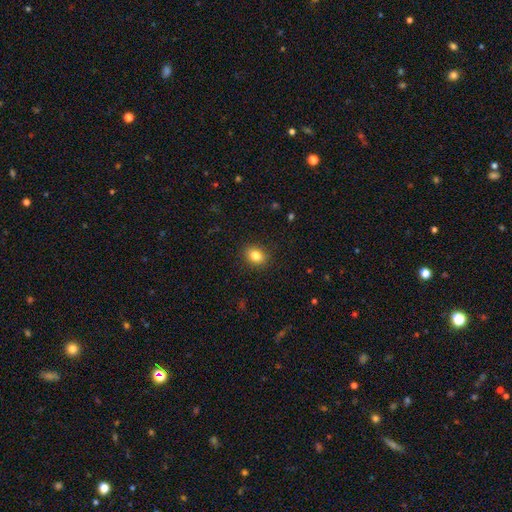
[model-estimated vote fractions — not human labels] smooth 84%, star or artifact 9%, featured or disk 7%. Down the decision tree: how rounded — in between (60%); merging — none (89%).